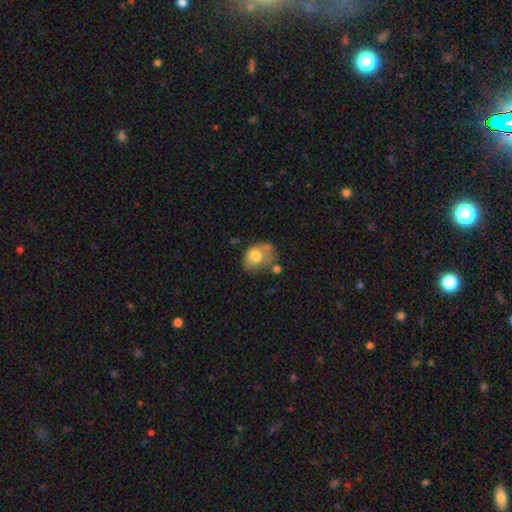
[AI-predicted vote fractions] smooth_or_featured: smooth (p=0.66) [alt: featured or disk p=0.25]
how_rounded: in between (p=0.61) [alt: round p=0.38]
merging: none (p=0.30) [tied with: minor disturbance p=0.30]